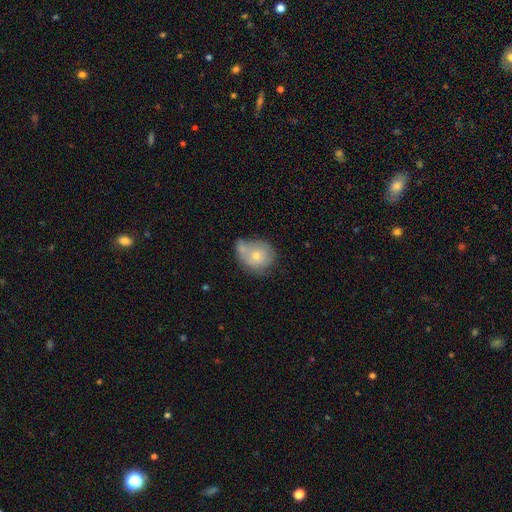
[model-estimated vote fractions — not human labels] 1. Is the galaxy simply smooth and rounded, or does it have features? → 67% smooth, 25% featured or disk, 8% star or artifact.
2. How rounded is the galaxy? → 68% round, 31% in between, 1% cigar-shaped.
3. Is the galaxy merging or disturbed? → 33% none, 29% merger, 27% minor disturbance, 11% major disturbance.